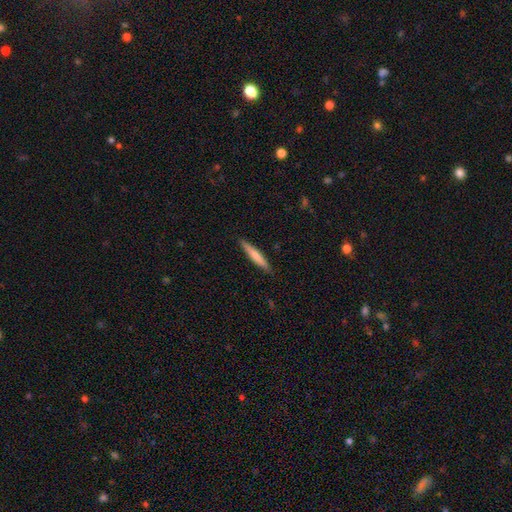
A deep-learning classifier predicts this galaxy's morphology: type=smooth (70%); roundness=cigar-shaped (93%); merging=none (88%).